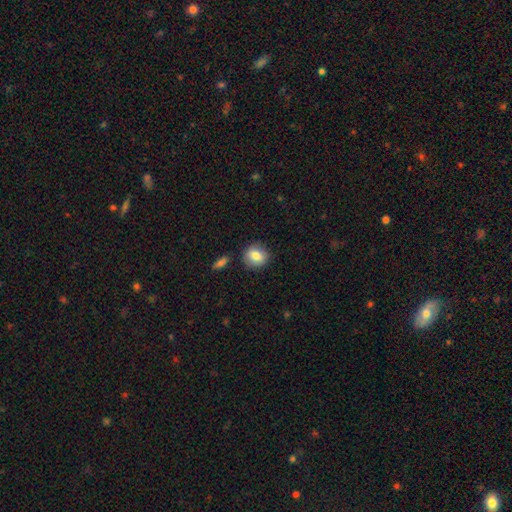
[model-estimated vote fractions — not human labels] A smooth galaxy with no disk features (83%) that is round (74%).

Vote fractions:
- Smooth or featured? smooth: 83% / featured or disk: 9% / star or artifact: 8%
- How rounded? round: 74% / in between: 24% / cigar-shaped: 1%
- Merging? none: 85% / minor disturbance: 10% / merger: 3% / major disturbance: 2%